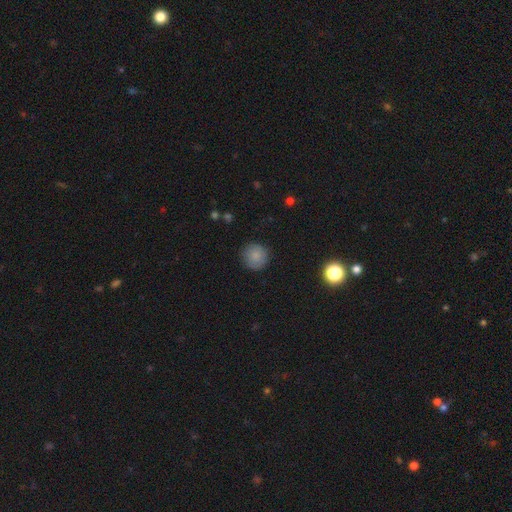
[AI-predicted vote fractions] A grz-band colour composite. It shows a smooth galaxy with no disk features (84%) that is round (94%). Merging: none (87%).